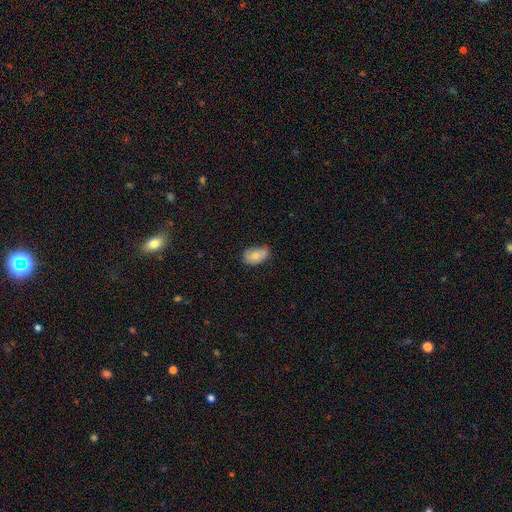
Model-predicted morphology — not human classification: smooth_or_featured: smooth (p=0.73) [alt: featured or disk p=0.19]
how_rounded: in between (p=0.87) [alt: round p=0.12]
merging: none (p=0.44) [alt: minor disturbance p=0.42]